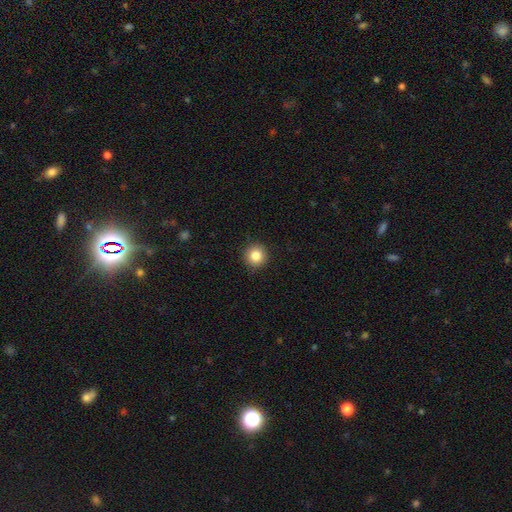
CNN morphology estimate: Q: Smooth or featured?
A: smooth (85%); runner-up: star or artifact (10%)
Q: How rounded?
A: round (95%); runner-up: in between (4%)
Q: Merging?
A: none (91%); runner-up: minor disturbance (6%)